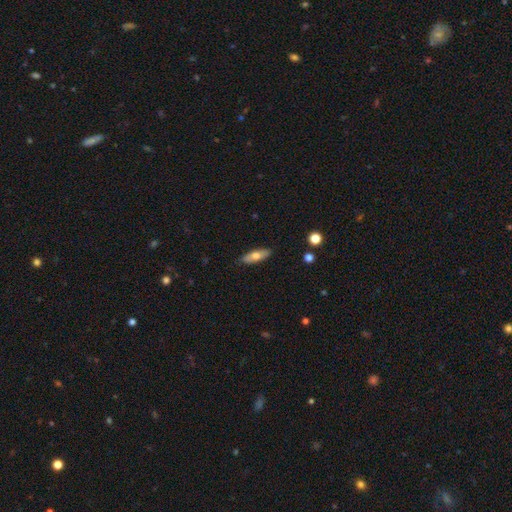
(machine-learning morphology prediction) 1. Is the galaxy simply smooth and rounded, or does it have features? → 67% smooth, 27% featured or disk, 6% star or artifact.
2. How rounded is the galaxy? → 61% in between, 37% cigar-shaped, 2% round.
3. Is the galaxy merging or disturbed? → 88% none, 9% minor disturbance, 2% major disturbance, 1% merger.